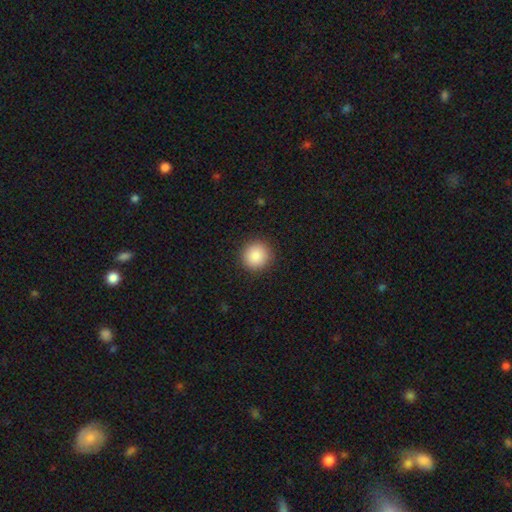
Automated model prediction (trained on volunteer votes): Morphology: type=smooth (89%); roundness=round (93%); merging=none (92%).